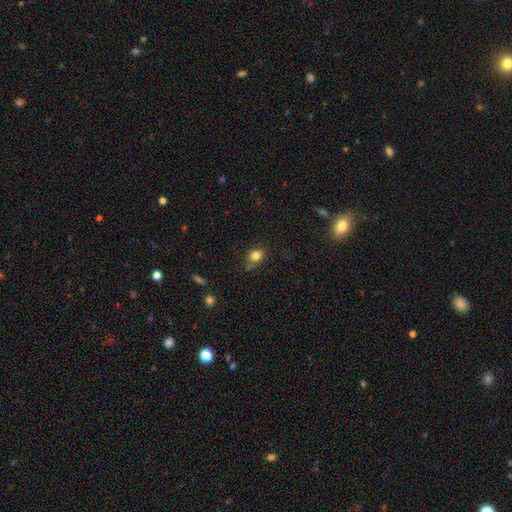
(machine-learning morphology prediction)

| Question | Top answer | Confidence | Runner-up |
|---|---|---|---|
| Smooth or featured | smooth | 81% | star or artifact (12%) |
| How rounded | round | 66% | in between (33%) |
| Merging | none | 71% | minor disturbance (19%) |